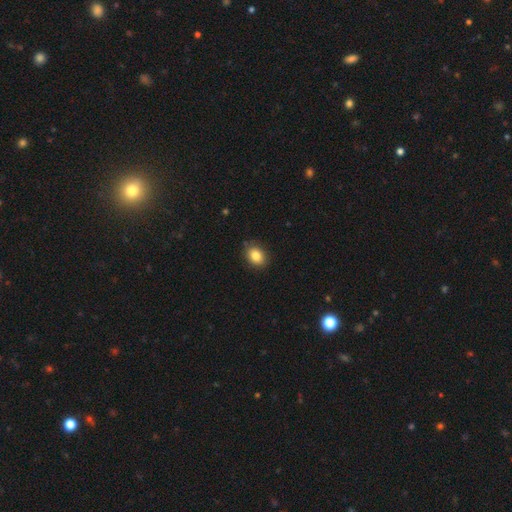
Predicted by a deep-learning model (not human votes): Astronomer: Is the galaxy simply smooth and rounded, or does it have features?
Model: smooth — 84%.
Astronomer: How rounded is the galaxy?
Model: in between — 61% (runner-up: round, 38%).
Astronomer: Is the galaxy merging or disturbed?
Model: none — 85%.